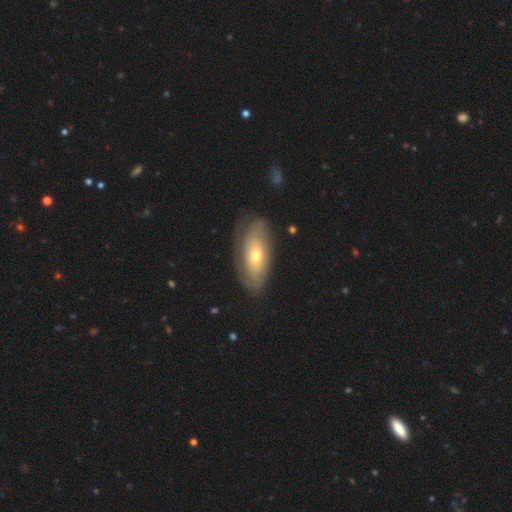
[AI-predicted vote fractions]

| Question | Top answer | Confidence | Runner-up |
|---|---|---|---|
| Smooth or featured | featured or disk | 52% | smooth (42%) |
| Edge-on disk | no | 83% | yes (17%) |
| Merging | none | 72% | minor disturbance (20%) |